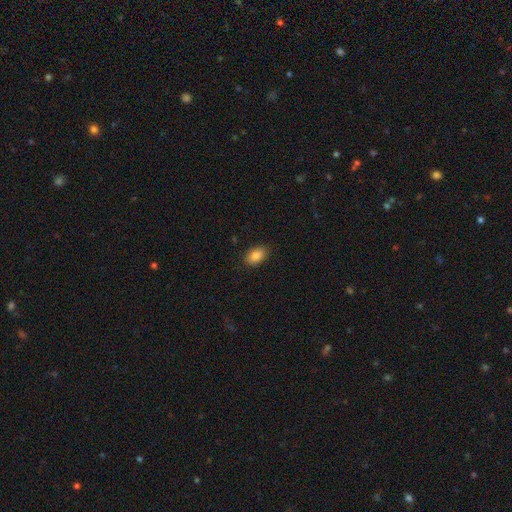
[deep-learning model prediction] Smooth or featured? Predicted: smooth (p=0.87). How rounded? Predicted: in between (p=0.89). Merging? Predicted: none (p=0.86).